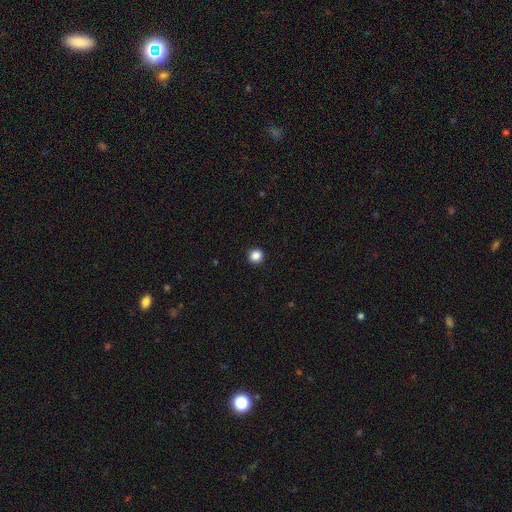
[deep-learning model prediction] Smooth or featured: smooth — 87% (star or artifact — 10%)
How rounded: round — 93% (in between — 6%)
Merging: none — 93% (minor disturbance — 4%)